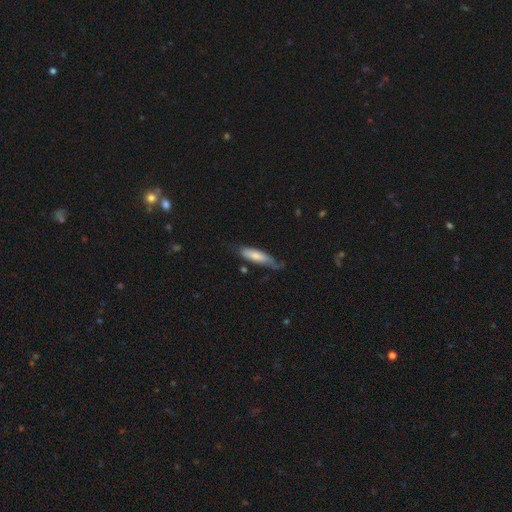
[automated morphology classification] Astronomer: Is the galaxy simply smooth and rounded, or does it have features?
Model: smooth — 70%.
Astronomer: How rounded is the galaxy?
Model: cigar-shaped — 65%.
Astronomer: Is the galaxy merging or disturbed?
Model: none — 49% (runner-up: minor disturbance, 34%).